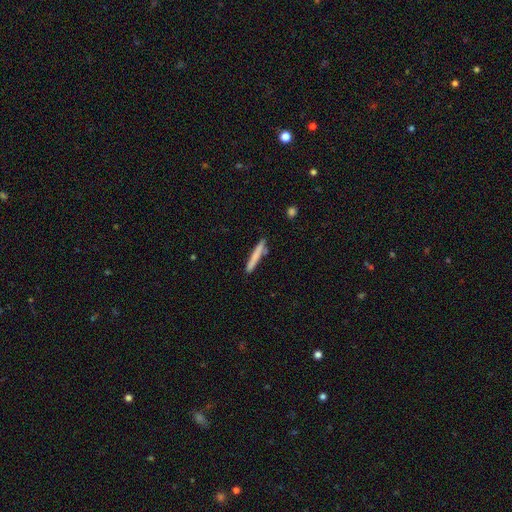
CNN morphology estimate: Smooth or featured: smooth — 73% (featured or disk — 21%)
How rounded: cigar-shaped — 96% (in between — 3%)
Merging: none — 81% (minor disturbance — 12%)